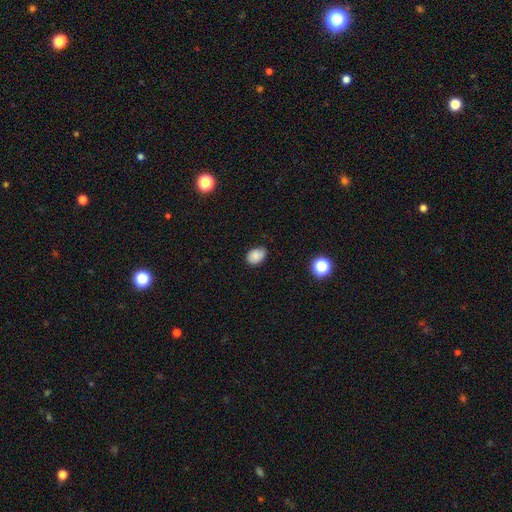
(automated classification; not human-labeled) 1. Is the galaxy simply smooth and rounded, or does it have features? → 83% smooth, 10% star or artifact, 7% featured or disk.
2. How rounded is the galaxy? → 72% in between, 27% round, 1% cigar-shaped.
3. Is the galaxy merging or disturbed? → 71% none, 24% minor disturbance, 3% major disturbance, 2% merger.